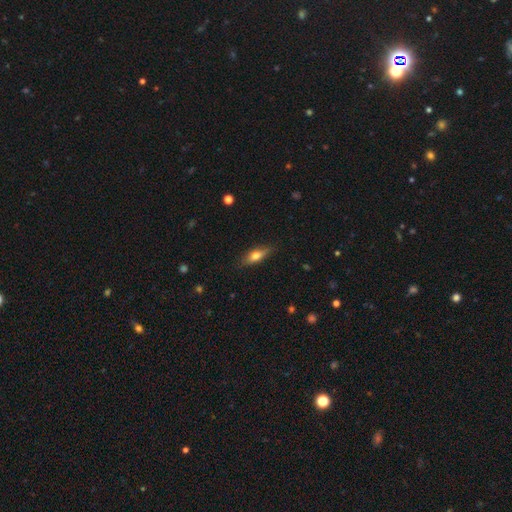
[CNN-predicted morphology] Smooth or featured?
  - smooth: 61% *
  - featured or disk: 32%
  - star or artifact: 7%
How rounded?
  - in between: 51% *
  - cigar-shaped: 45%
  - round: 4%
Merging?
  - none: 83% *
  - minor disturbance: 13%
  - major disturbance: 3%
  - merger: 1%